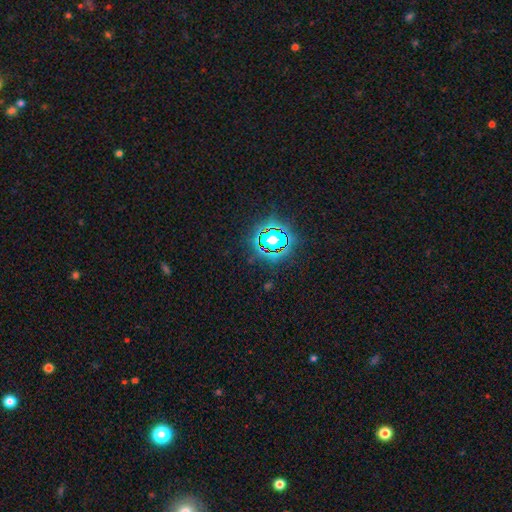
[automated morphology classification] A star or artifact, not a galaxy (82%).

Vote fractions:
- Smooth or featured? star or artifact: 82% / smooth: 11% / featured or disk: 6%